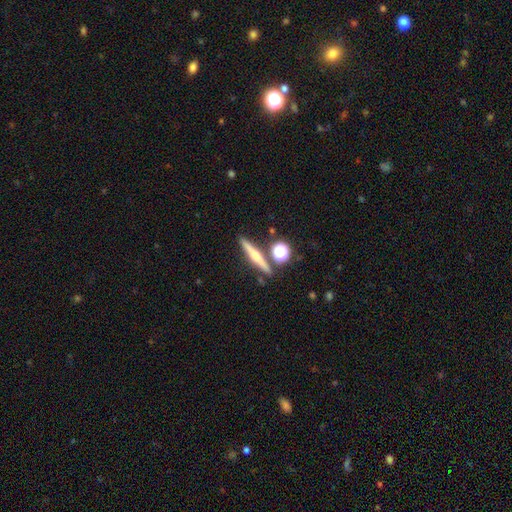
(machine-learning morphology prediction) The model was most divided on "smooth or featured": featured or disk: 51%, smooth: 39%, star or artifact: 11%. More confident: edge-on disk — yes (95%); merging — none (82%).